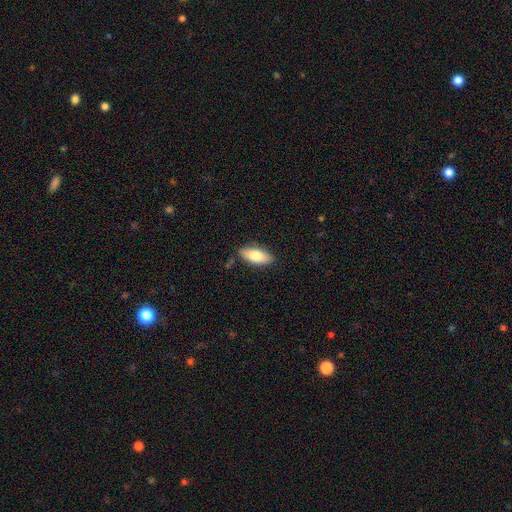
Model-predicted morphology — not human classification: This appears to be a smooth galaxy with no disk features (75%) that is in between round and cigar-shaped (78%). Merging: none (84%).